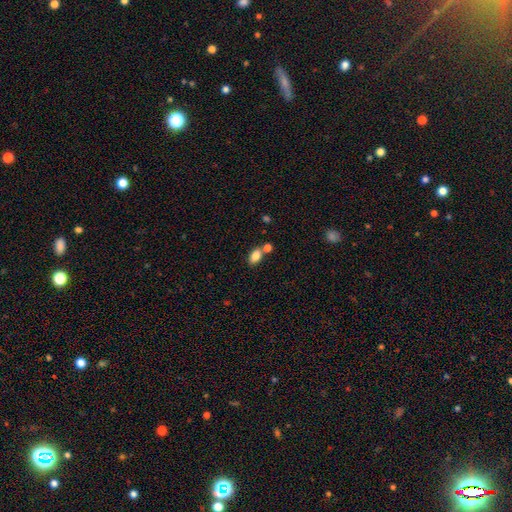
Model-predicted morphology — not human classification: Smooth or featured? Predicted: smooth (p=0.82). How rounded? Predicted: in between (p=0.88). Merging? Predicted: none (p=0.56).